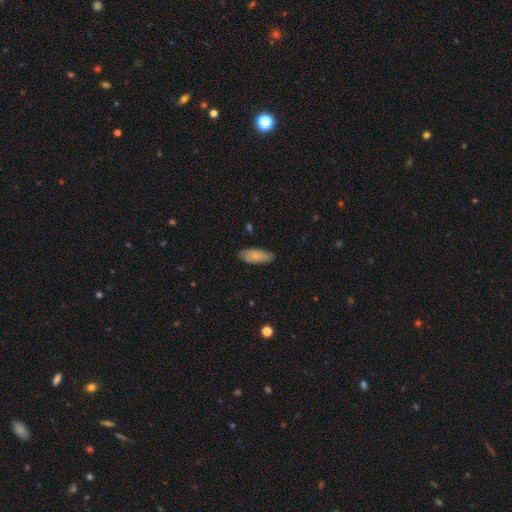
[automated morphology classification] The model was most divided on "how rounded": in between: 80%, cigar-shaped: 19%, round: 2%. More confident: smooth or featured — smooth (83%); merging — none (82%).